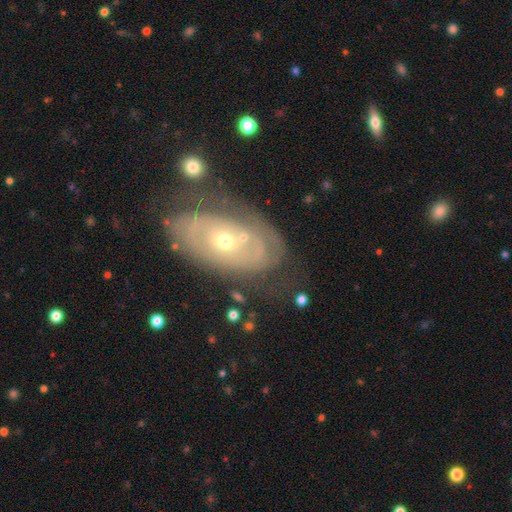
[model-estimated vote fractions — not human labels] Q: Smooth or featured?
A: featured or disk (74%); runner-up: smooth (19%)
Q: Edge-on disk?
A: no (95%); runner-up: yes (5%)
Q: Bar?
A: no (83%); runner-up: weak (13%)
Q: Spiral arms?
A: yes (67%); runner-up: no (33%)
Q: Bulge size?
A: small (59%); runner-up: moderate (37%)
Q: Merging?
A: none (57%); runner-up: minor disturbance (19%)